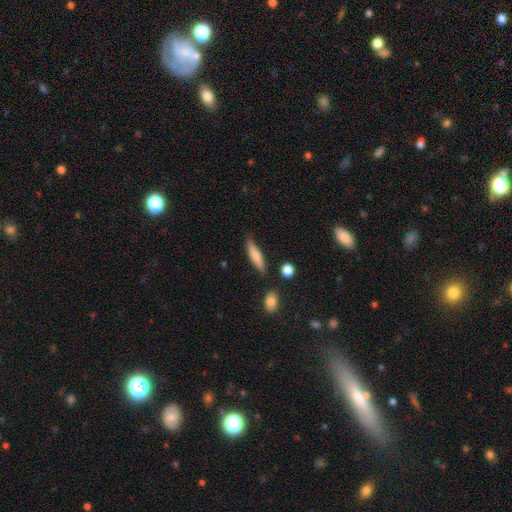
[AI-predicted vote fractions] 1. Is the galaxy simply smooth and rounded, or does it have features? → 74% smooth, 20% featured or disk, 6% star or artifact.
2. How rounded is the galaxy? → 74% cigar-shaped, 24% in between, 2% round.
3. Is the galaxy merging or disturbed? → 80% none, 13% minor disturbance, 4% merger, 3% major disturbance.